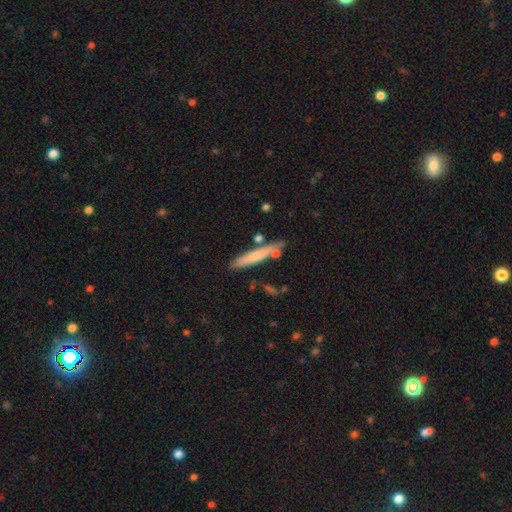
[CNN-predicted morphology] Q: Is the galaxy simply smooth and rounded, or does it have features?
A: smooth — 64%.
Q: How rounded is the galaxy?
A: cigar-shaped — 92%.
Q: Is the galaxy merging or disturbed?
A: none — 76%.